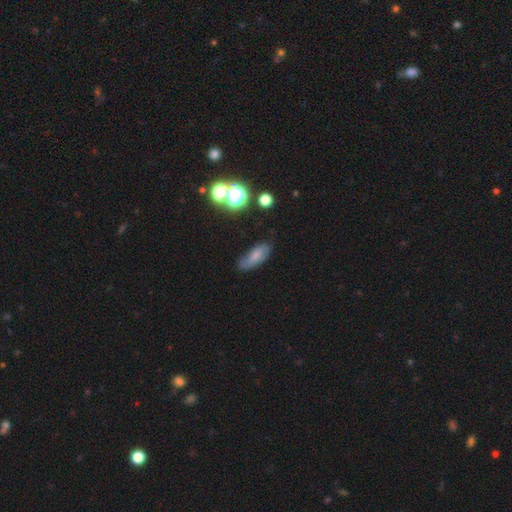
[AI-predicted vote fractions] smooth 63%, featured or disk 24%, star or artifact 12%. Down the decision tree: how rounded — in between (72%); merging — none (68%).